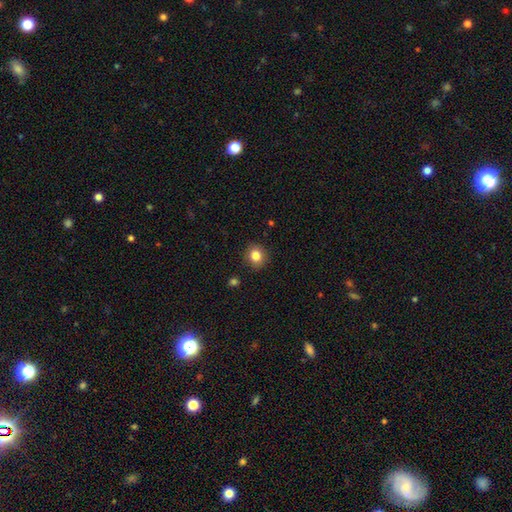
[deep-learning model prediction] smooth 83%, star or artifact 10%, featured or disk 6%. Down the decision tree: how rounded — round (78%); merging — none (89%).